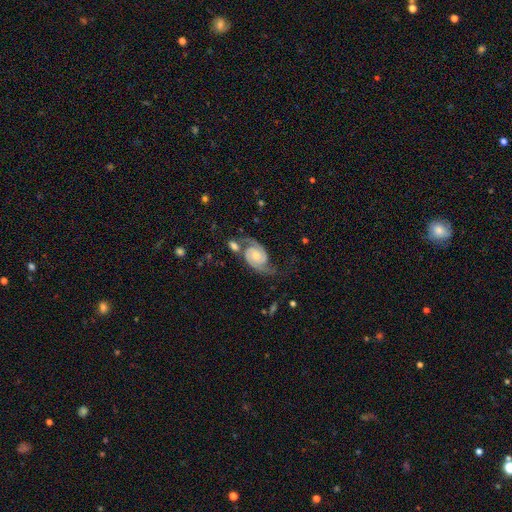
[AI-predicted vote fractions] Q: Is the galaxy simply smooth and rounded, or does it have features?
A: featured or disk — 89%.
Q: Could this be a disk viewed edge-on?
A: no — 98%.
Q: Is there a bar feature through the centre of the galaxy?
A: no — 67%.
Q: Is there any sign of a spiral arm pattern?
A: yes — 98%.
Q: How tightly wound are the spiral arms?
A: medium — 47%.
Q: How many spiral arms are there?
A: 2 — 93%.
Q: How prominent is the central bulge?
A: small — 50%.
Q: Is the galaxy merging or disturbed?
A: none — 58%.